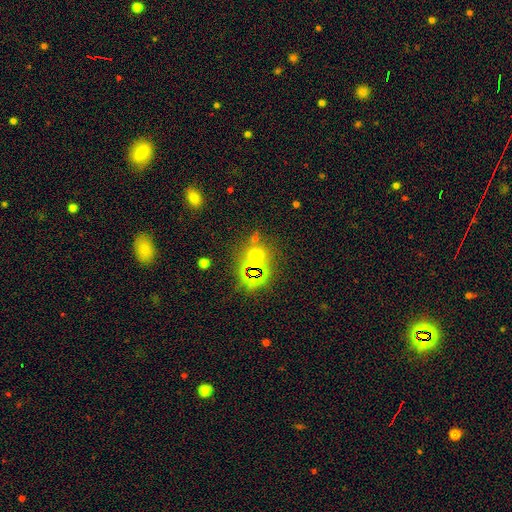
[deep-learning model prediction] Overall: smooth (47%; star or artifact 43%). Merging: none (71%).